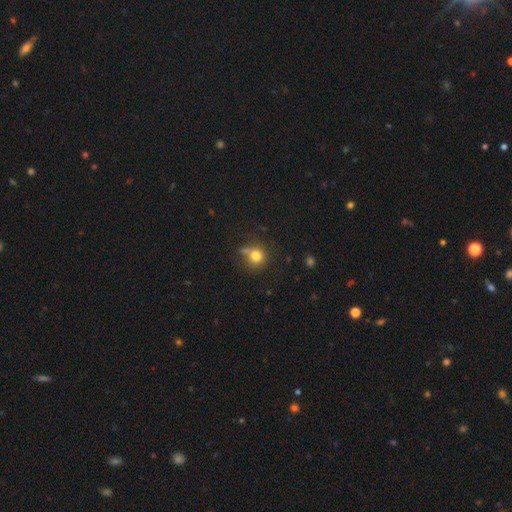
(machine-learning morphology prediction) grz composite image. It shows a smooth galaxy with no disk features (78%) that is round (87%). Merging: none (63%).